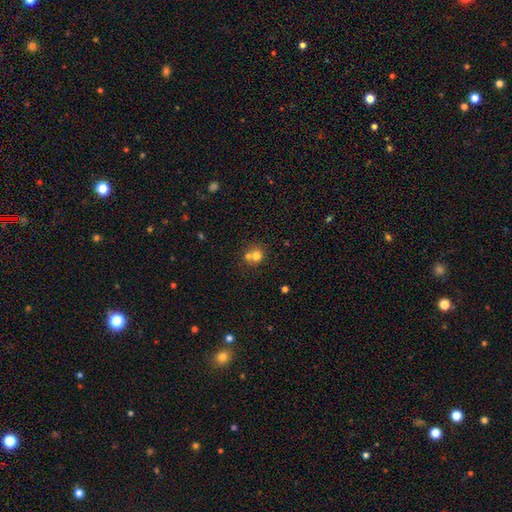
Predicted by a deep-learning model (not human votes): Smooth or featured? smooth (72%)
How rounded? round (83%)
Merging? merger (50%)